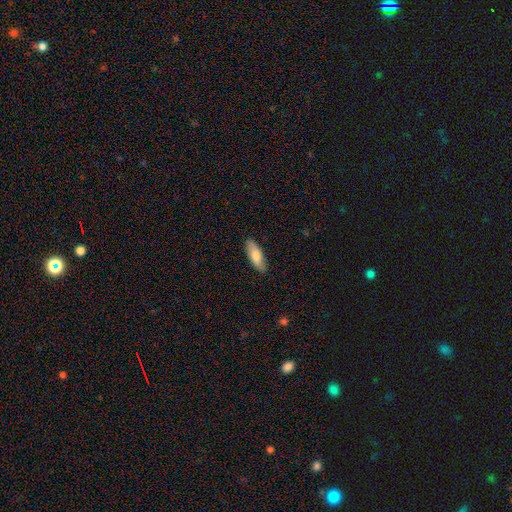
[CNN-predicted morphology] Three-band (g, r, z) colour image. It shows a smooth galaxy with no disk features (78%) that is in between round and cigar-shaped (64%). Merging: none (86%).